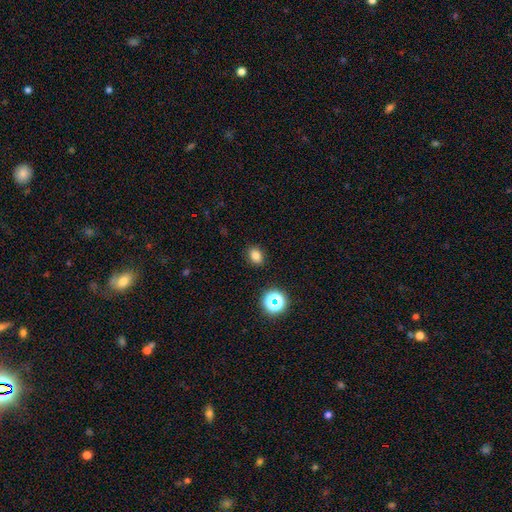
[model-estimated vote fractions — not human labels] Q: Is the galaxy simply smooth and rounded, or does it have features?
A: smooth — 79%.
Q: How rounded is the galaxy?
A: in between — 62%.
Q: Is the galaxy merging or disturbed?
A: none — 88%.